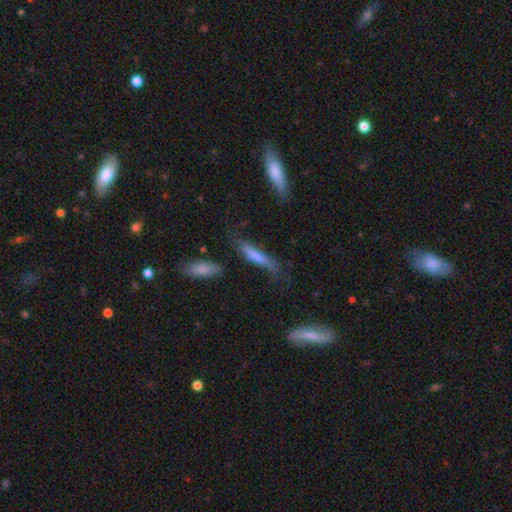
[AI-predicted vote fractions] smooth 63%, featured or disk 29%, star or artifact 8%. Down the decision tree: how rounded — cigar-shaped (83%); merging — none (51%).